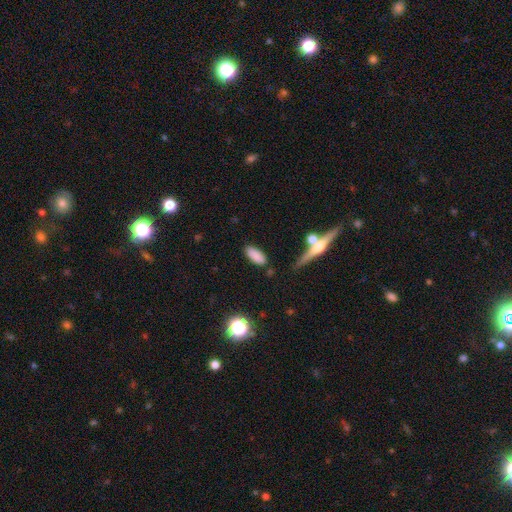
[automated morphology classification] Q: Smooth or featured?
A: smooth (84%); runner-up: star or artifact (8%)
Q: How rounded?
A: in between (83%); runner-up: cigar-shaped (14%)
Q: Merging?
A: none (80%); runner-up: minor disturbance (12%)